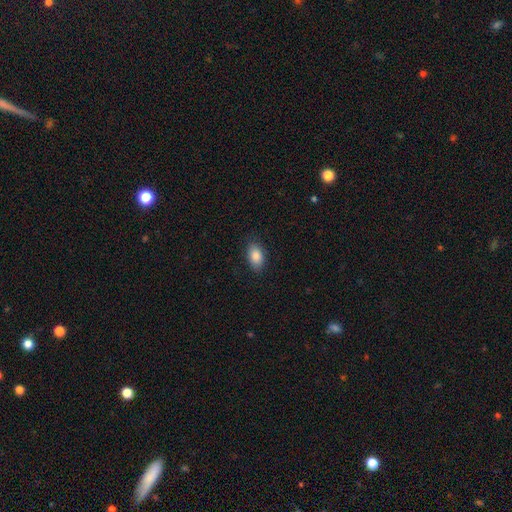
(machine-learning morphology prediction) smooth_or_featured: smooth (p=0.87) [alt: star or artifact p=0.07]
how_rounded: in between (p=0.92) [alt: round p=0.06]
merging: none (p=0.85) [alt: minor disturbance p=0.11]